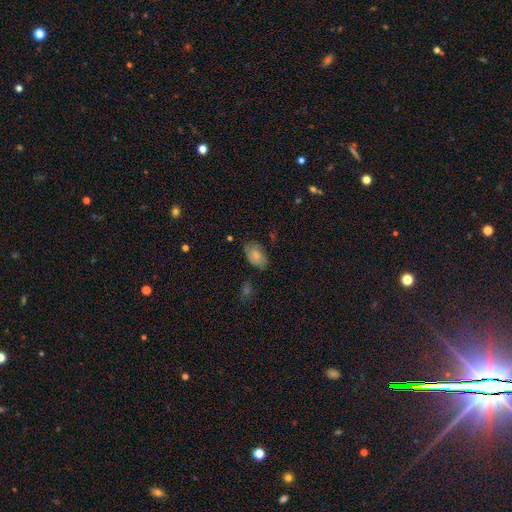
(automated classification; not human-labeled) Morphology: type=smooth (66%); roundness=in between (89%); merging=none (67%).